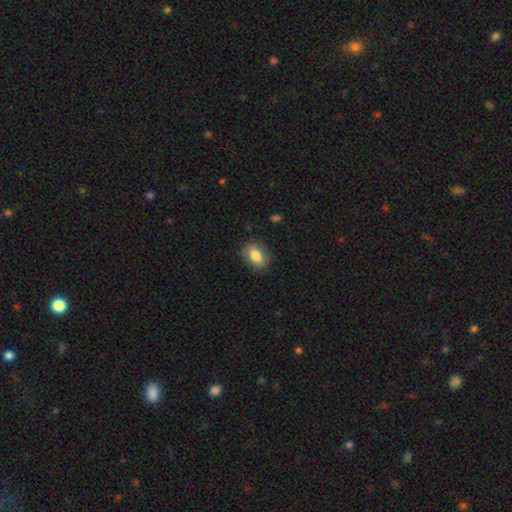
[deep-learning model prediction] This appears to be a smooth galaxy with no disk features (81%) that is in between round and cigar-shaped (75%). Merging: none (85%).